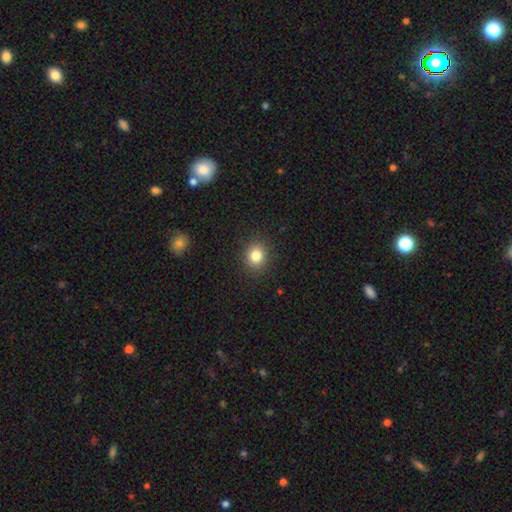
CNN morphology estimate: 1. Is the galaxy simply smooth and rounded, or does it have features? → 82% smooth, 11% star or artifact, 6% featured or disk.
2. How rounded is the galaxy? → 73% round, 26% in between, 1% cigar-shaped.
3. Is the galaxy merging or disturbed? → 90% none, 7% minor disturbance, 2% major disturbance, 1% merger.